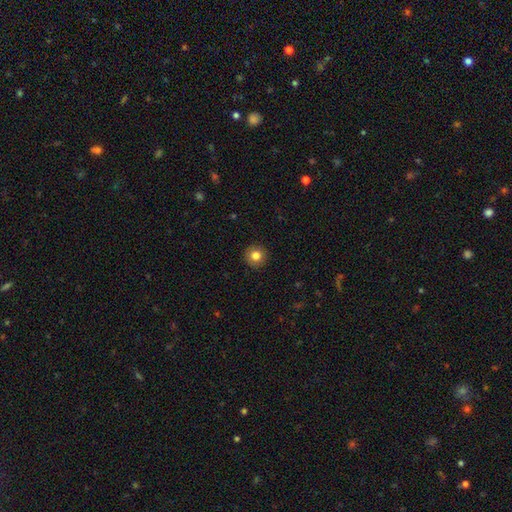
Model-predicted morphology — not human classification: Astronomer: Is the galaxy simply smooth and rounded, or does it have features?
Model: smooth — 82%.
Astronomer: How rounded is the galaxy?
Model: round — 94%.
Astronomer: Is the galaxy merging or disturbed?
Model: none — 91%.